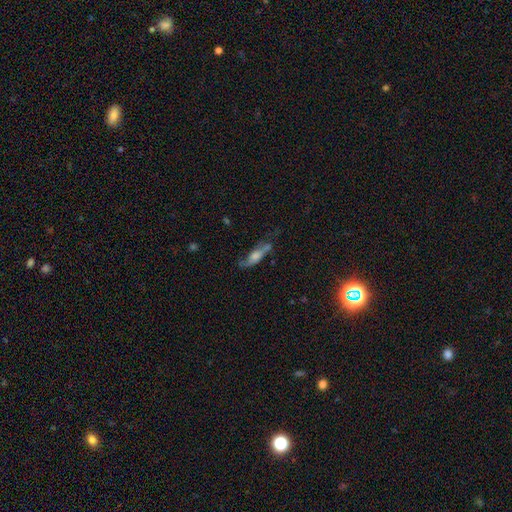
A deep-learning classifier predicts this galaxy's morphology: Smooth or featured? featured or disk (53%)
Edge-on disk? yes (55%)
Merging? none (54%)